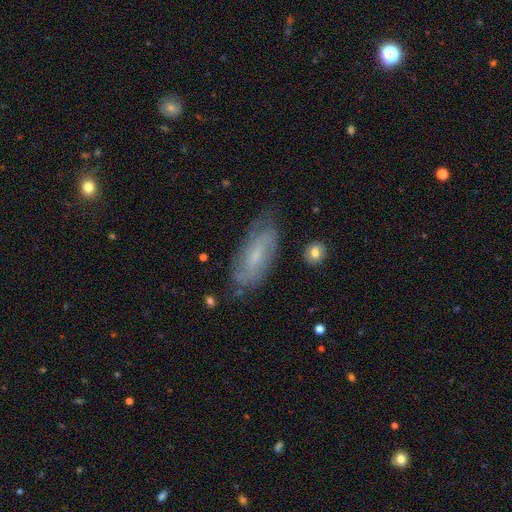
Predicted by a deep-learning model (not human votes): A featured or disk galaxy (64%) with no bar (48%), spiral arms (86%) and a small central bulge (67%). Merging: none (67%).